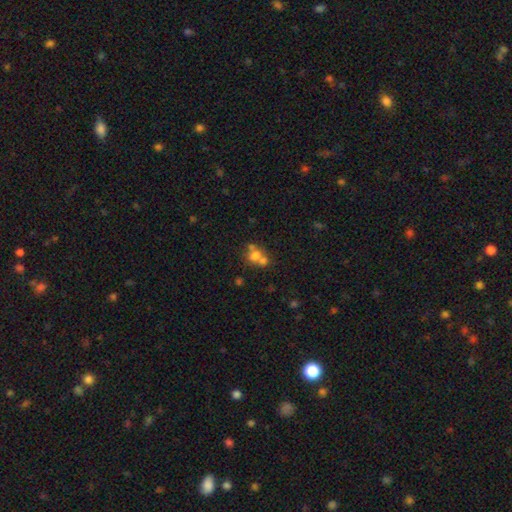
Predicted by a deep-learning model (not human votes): smooth 67%, featured or disk 19%, star or artifact 14%. Down the decision tree: how rounded — round (70%); merging — merger (56%).